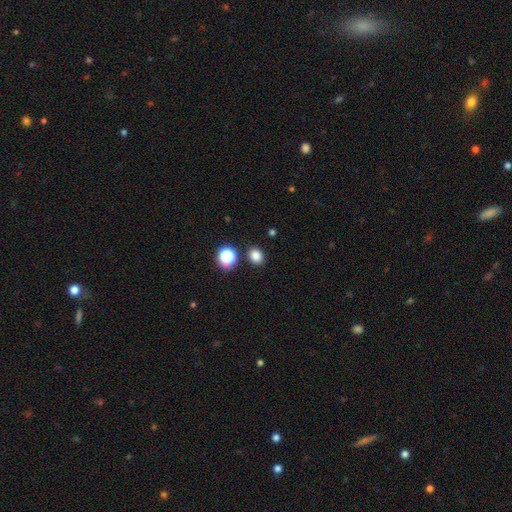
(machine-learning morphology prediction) Smooth or featured?
  - smooth: 81% *
  - star or artifact: 15%
  - featured or disk: 4%
How rounded?
  - round: 60% *
  - in between: 39%
  - cigar-shaped: 1%
Merging?
  - none: 85% *
  - minor disturbance: 8%
  - merger: 5%
  - major disturbance: 3%